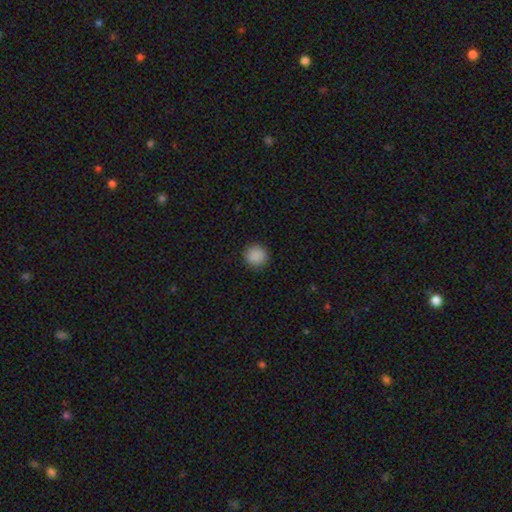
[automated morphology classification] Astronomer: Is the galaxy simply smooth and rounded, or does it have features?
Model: smooth — 89%.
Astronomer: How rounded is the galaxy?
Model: round — 95%.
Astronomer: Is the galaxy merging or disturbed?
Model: none — 91%.